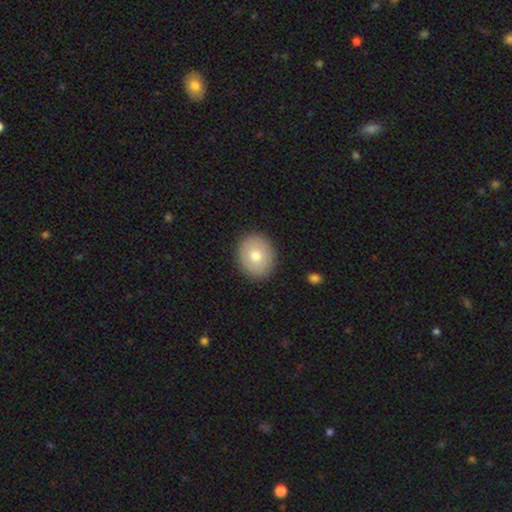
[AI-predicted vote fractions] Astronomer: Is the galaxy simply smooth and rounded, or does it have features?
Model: smooth — 76%.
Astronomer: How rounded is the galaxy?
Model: round — 69%.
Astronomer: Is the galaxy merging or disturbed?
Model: none — 90%.